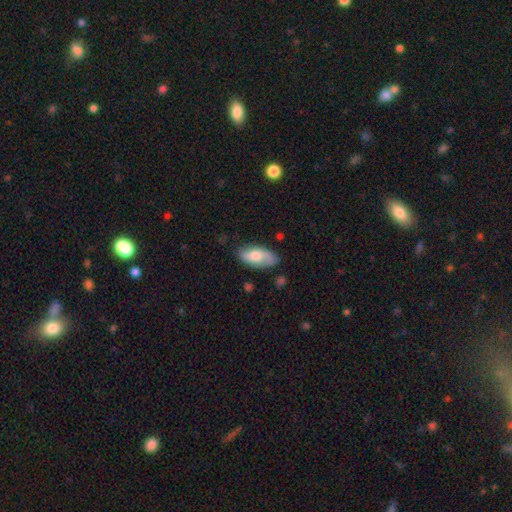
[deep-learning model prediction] Overall: smooth (58%; featured or disk 35%). How rounded: in between (90%). Merging: none (72%).